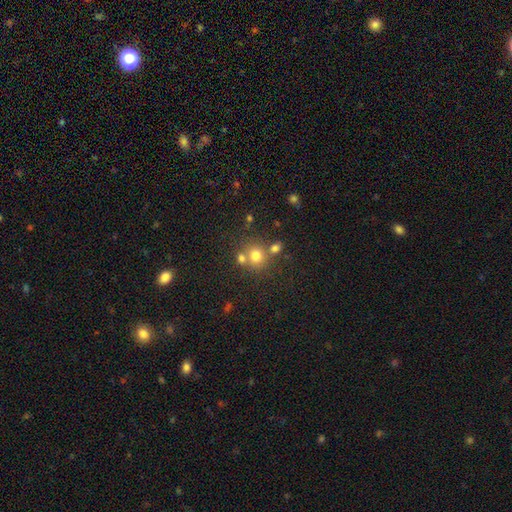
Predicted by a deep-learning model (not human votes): smooth 73%, star or artifact 16%, featured or disk 11%. Down the decision tree: how rounded — round (85%); merging — none (59%).